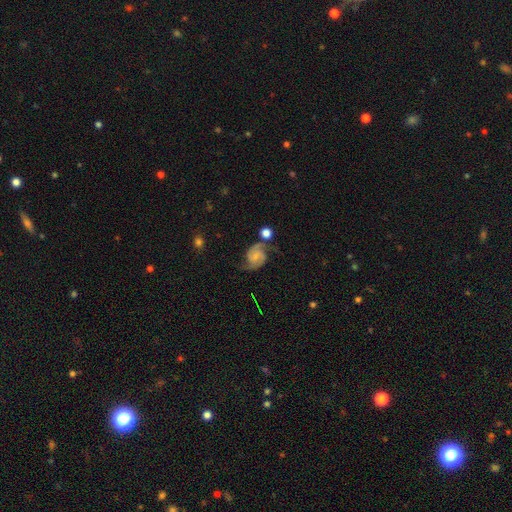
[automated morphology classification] type=featured or disk (84%); edge-on=no (98%); bar=no (63%); spiral arms=yes (97%); winding=medium (50%); arm count=2 (91%); bulge=small (58%); merging=none (64%).